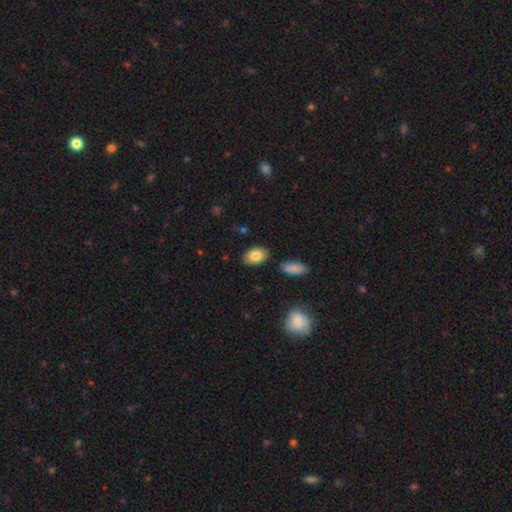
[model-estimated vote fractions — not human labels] A smooth galaxy with no disk features (84%) that is in between round and cigar-shaped (88%). Merging: none (84%).